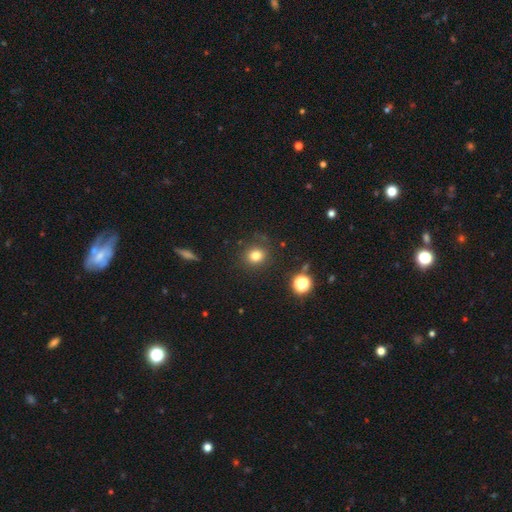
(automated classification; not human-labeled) A smooth galaxy with no disk features (79%) that is round (81%). Merging: none (86%).